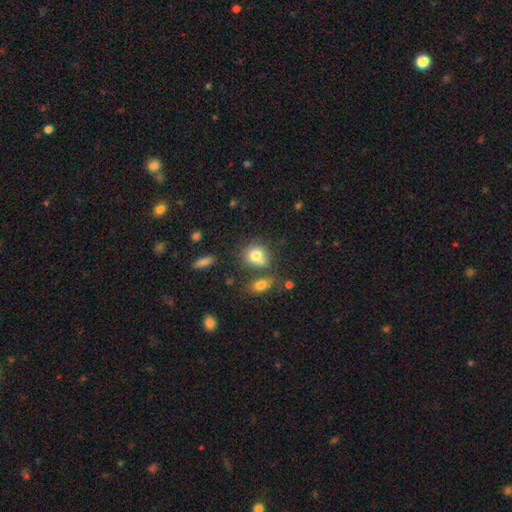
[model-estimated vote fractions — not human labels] Overall: smooth (80%). How rounded: round (70%). Merging: none (55%; merger 23%).